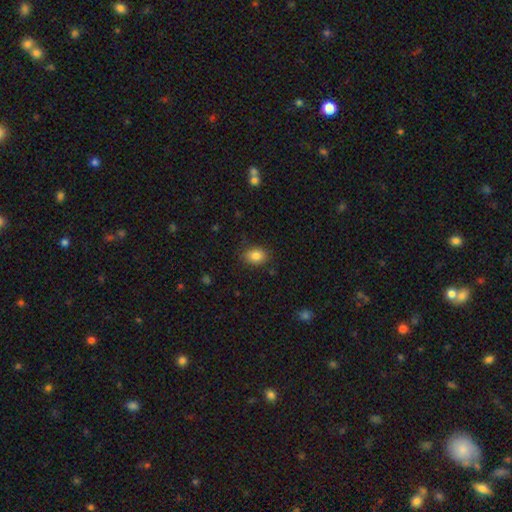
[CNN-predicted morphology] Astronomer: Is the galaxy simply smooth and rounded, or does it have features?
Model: smooth — 85%.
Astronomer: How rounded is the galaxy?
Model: in between — 67%.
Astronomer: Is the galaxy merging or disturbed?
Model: none — 81%.